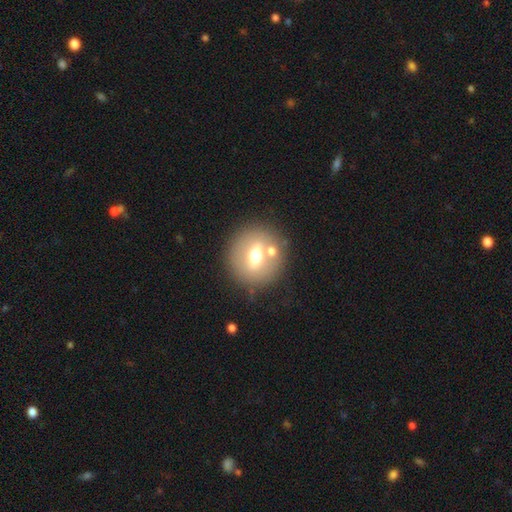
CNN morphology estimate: Q: Smooth or featured?
A: smooth (49%); runner-up: featured or disk (41%)
Q: Merging?
A: none (74%); runner-up: merger (12%)